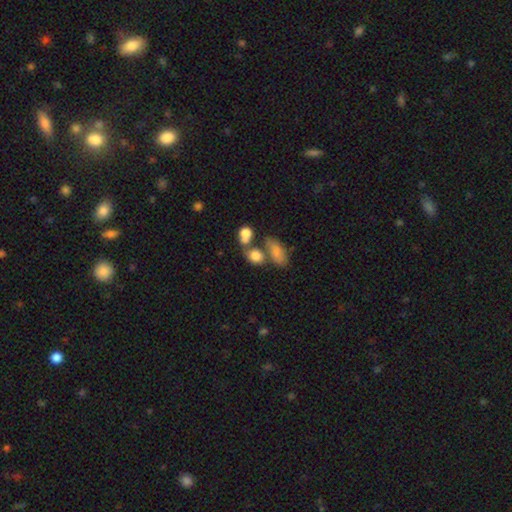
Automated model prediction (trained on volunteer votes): Smooth or featured: smooth — 78% (featured or disk — 12%)
How rounded: in between — 63% (round — 34%)
Merging: none — 43% (merger — 36%)